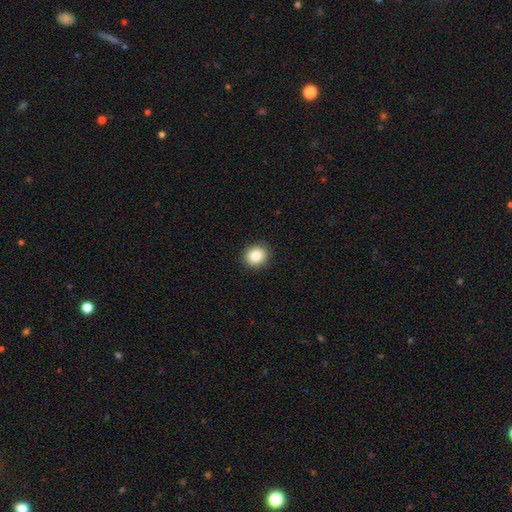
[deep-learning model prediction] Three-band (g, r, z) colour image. It shows a smooth galaxy with no disk features (85%) that is round (79%). Merging: none (91%).